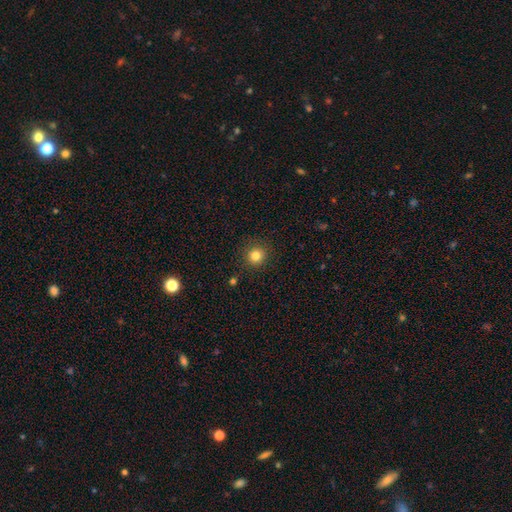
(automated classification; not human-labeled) Overall: smooth (83%). How rounded: round (94%). Merging: none (90%).